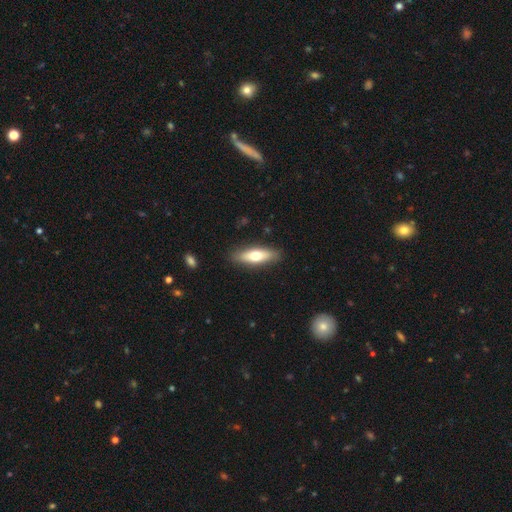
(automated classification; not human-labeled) Smooth or featured: smooth — 62% (featured or disk — 32%)
How rounded: in between — 49% (tied with cigar-shaped — 49%)
Merging: none — 87% (minor disturbance — 9%)